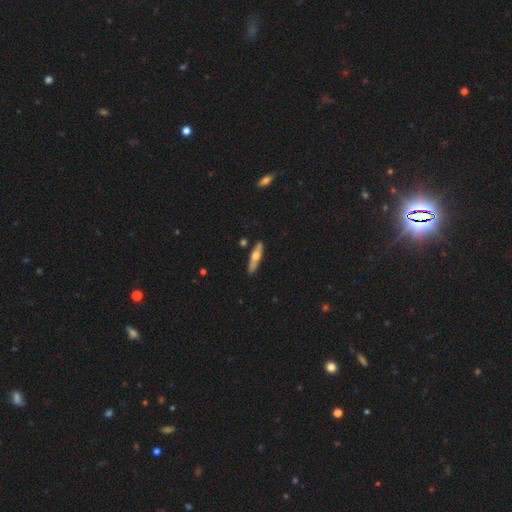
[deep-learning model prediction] This appears to be a featured or disk galaxy (51%) viewed edge-on (86%). Merging: none (88%).